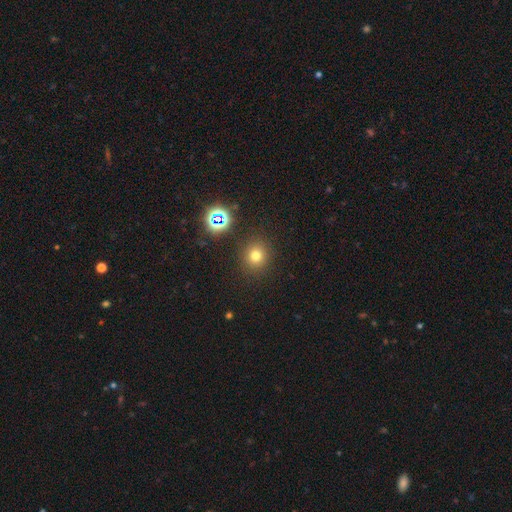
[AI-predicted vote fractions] This appears to be a smooth galaxy with no disk features (72%) that is round (88%). Merging: none (88%).